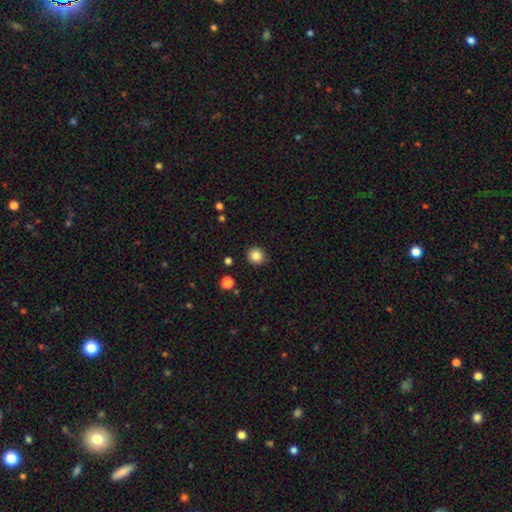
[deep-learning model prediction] This appears to be a smooth galaxy with no disk features (85%) that is round (91%). Merging: none (89%).